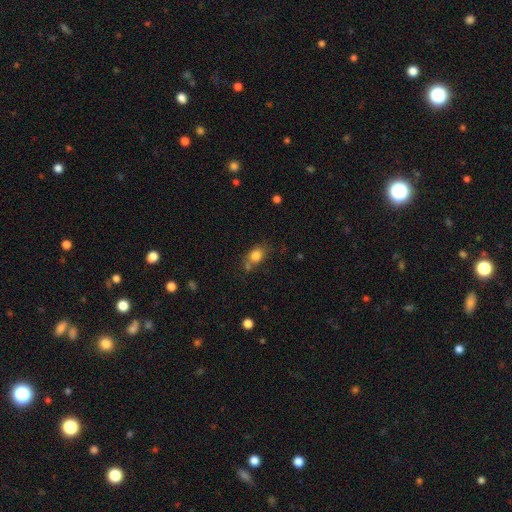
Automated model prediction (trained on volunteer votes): Overall: smooth (81%). How rounded: in between (62%; round 36%). Merging: none (57%; minor disturbance 19%).